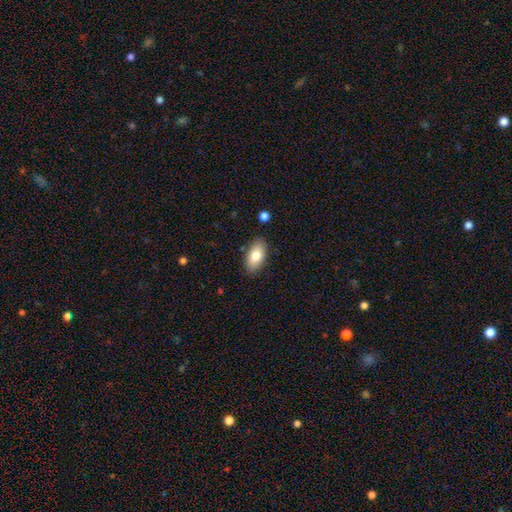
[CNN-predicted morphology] Smooth or featured? Predicted: smooth (p=0.79). How rounded? Predicted: in between (p=0.93). Merging? Predicted: none (p=0.85).